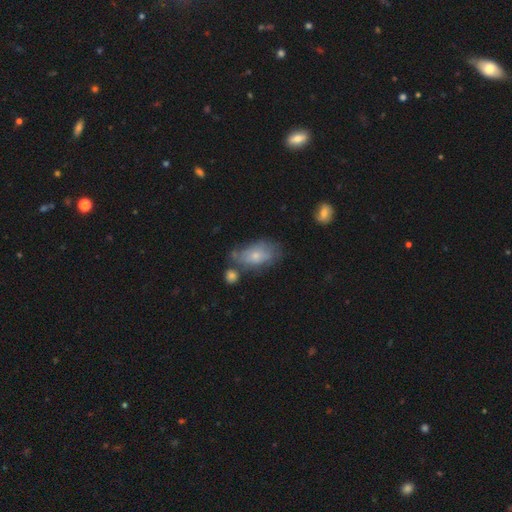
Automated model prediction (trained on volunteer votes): The model was most divided on "merging": none: 45%, minor disturbance: 29%, merger: 14%, major disturbance: 13%. More confident: how rounded — in between (90%); smooth or featured — smooth (59%).